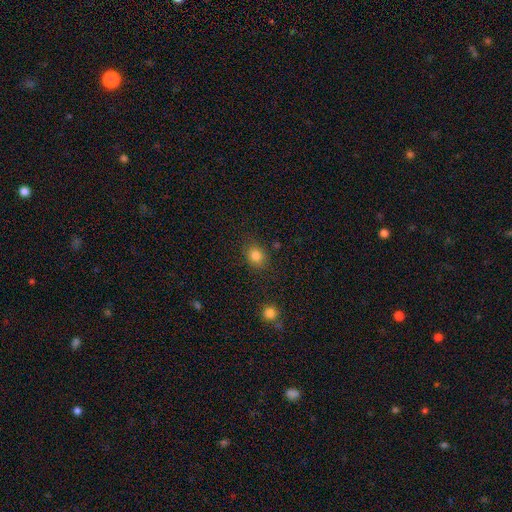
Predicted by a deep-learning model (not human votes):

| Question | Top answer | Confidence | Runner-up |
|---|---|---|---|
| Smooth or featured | smooth | 82% | star or artifact (12%) |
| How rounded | round | 59% | in between (40%) |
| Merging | none | 83% | minor disturbance (11%) |